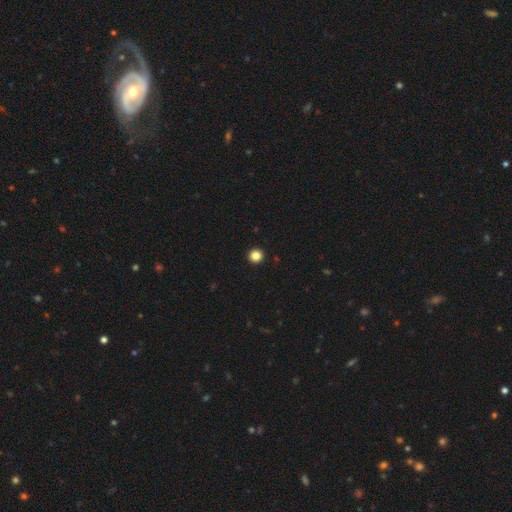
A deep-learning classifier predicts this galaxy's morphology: This is clearly a smooth galaxy (85%). How rounded: clearly round (95%). Merging: clearly none (94%).